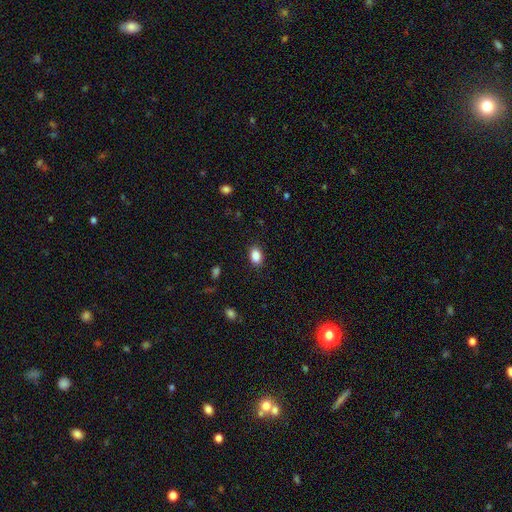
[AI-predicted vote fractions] Overall: smooth (88%). How rounded: in between (83%). Merging: none (87%).